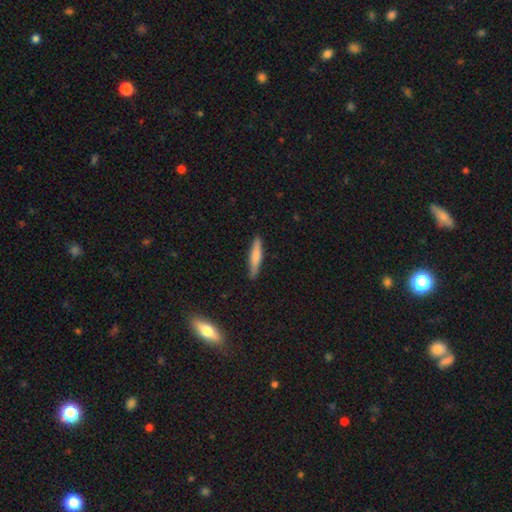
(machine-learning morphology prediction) Overall: smooth (72%). How rounded: cigar-shaped (89%). Merging: none (88%).